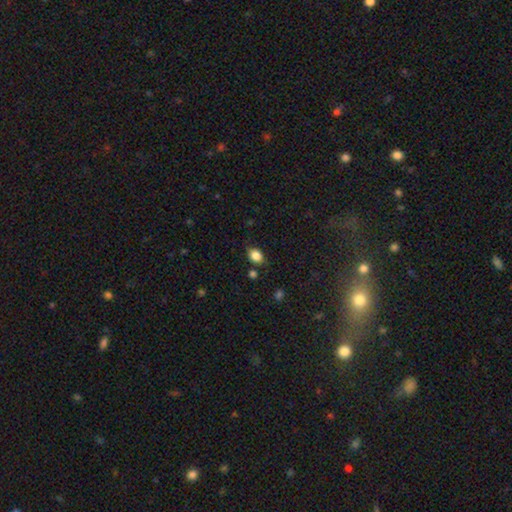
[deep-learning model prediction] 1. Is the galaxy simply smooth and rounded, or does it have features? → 85% smooth, 10% star or artifact, 6% featured or disk.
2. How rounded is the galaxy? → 67% in between, 31% round, 1% cigar-shaped.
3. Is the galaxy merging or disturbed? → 76% none, 17% minor disturbance, 4% major disturbance, 3% merger.